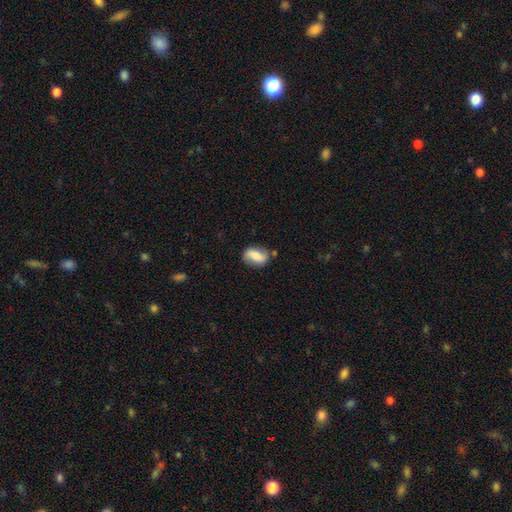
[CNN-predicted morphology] This is likely a smooth galaxy (65%). How rounded: clearly in between (82%). Merging: likely none (71%).